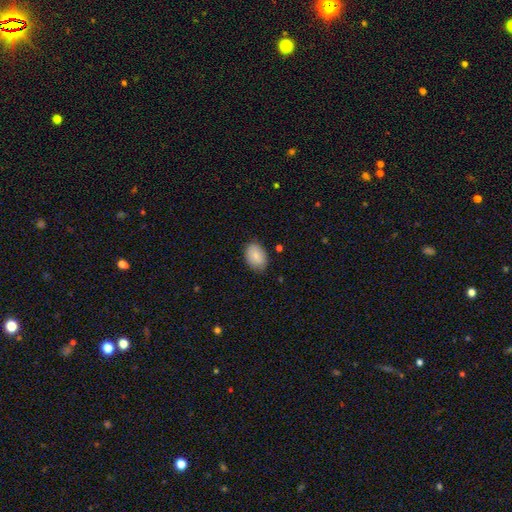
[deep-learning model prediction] Smooth or featured: smooth — 82% (featured or disk — 11%)
How rounded: in between — 78% (round — 21%)
Merging: none — 81% (minor disturbance — 15%)